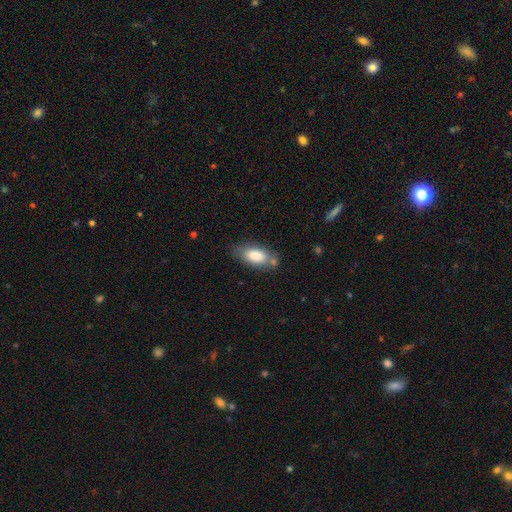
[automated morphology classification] smooth_or_featured: smooth (p=0.83) [alt: featured or disk p=0.11]
how_rounded: in between (p=0.88) [alt: cigar-shaped p=0.09]
merging: none (p=0.64) [alt: minor disturbance p=0.20]